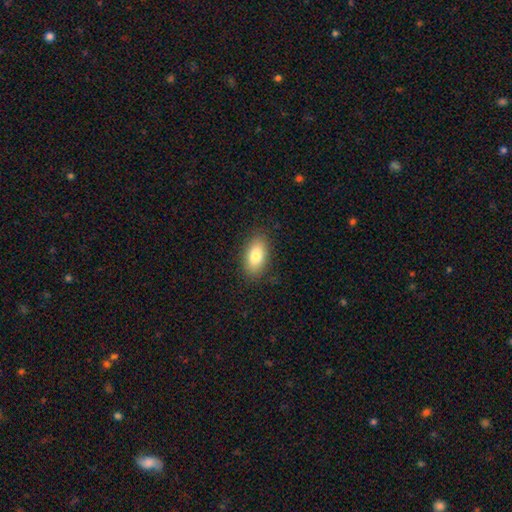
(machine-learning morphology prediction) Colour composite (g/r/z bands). It shows a smooth galaxy with no disk features (81%) that is in between round and cigar-shaped (91%). Merging: none (87%).